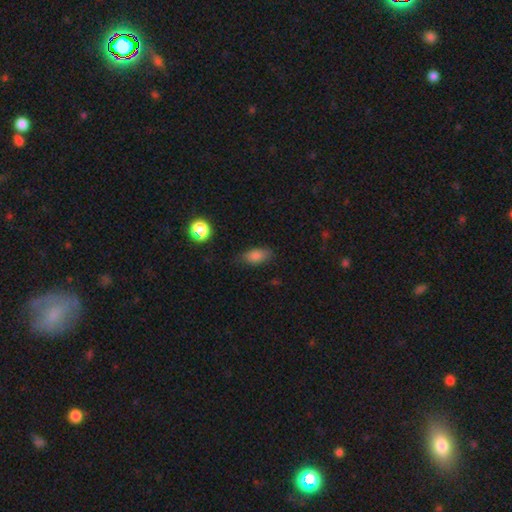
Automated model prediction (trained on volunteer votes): smooth 82%, star or artifact 10%, featured or disk 7%. Down the decision tree: how rounded — in between (87%); merging — none (75%).